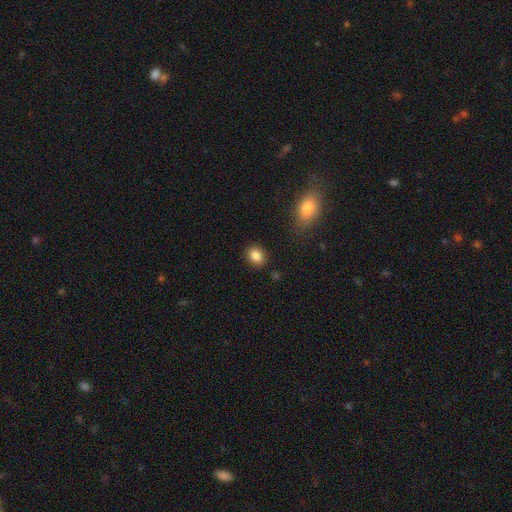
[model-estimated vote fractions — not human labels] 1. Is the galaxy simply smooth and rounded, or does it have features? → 86% smooth, 9% star or artifact, 5% featured or disk.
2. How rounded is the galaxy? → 50% in between, 49% round, 1% cigar-shaped.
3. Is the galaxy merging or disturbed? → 87% none, 9% minor disturbance, 3% major disturbance, 2% merger.